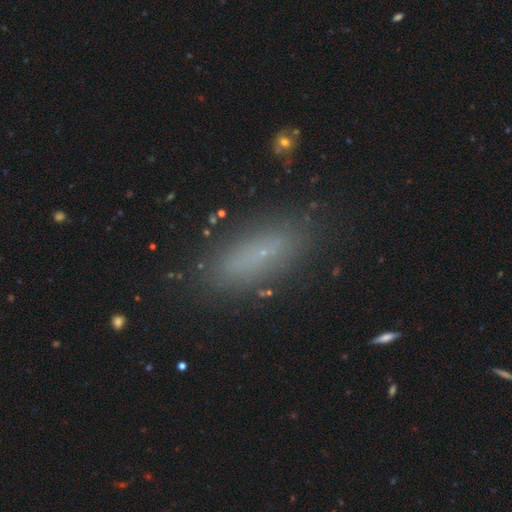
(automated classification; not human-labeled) This appears to be a smooth galaxy with no disk features (63%) that is in between round and cigar-shaped (55%). Merging: none (83%).